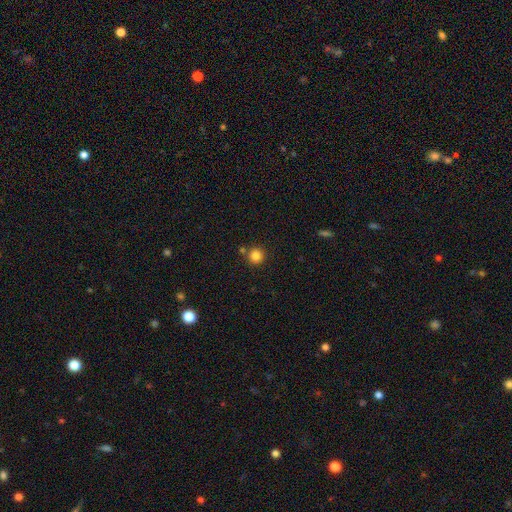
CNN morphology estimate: Smooth or featured?
  - smooth: 84% *
  - star or artifact: 11%
  - featured or disk: 5%
How rounded?
  - round: 94% *
  - in between: 5%
  - cigar-shaped: 1%
Merging?
  - none: 80% *
  - merger: 10%
  - minor disturbance: 8%
  - major disturbance: 2%